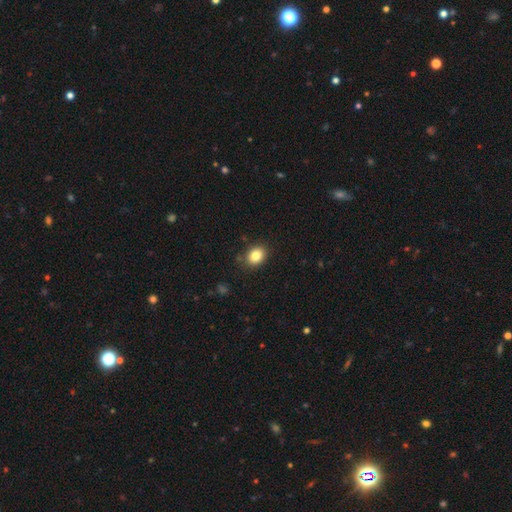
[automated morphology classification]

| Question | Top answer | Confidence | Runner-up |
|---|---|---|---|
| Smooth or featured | smooth | 84% | star or artifact (10%) |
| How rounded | in between | 54% | round (45%) |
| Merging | none | 86% | minor disturbance (10%) |